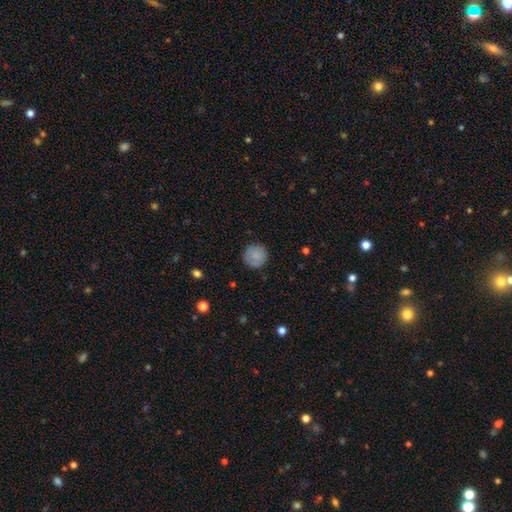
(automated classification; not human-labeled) Morphology: type=smooth (80%); roundness=round (94%); merging=none (83%).